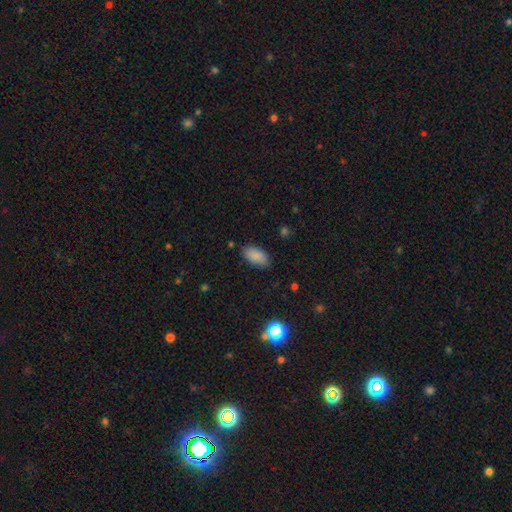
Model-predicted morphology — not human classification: Smooth or featured?
  - smooth: 88% *
  - star or artifact: 7%
  - featured or disk: 5%
How rounded?
  - in between: 93% *
  - cigar-shaped: 4%
  - round: 3%
Merging?
  - none: 85% *
  - minor disturbance: 11%
  - major disturbance: 3%
  - merger: 1%